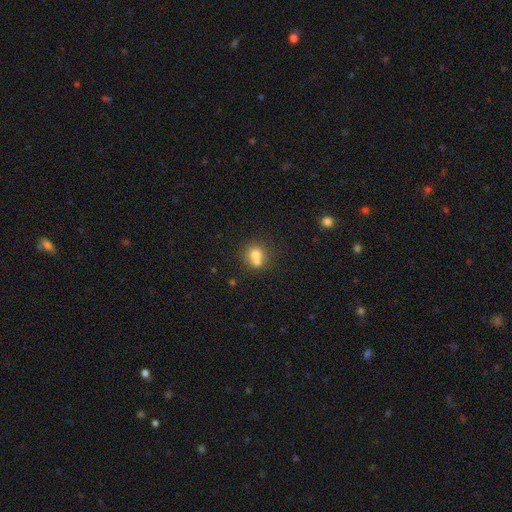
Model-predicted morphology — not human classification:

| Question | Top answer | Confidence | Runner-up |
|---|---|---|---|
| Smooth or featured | smooth | 71% | featured or disk (17%) |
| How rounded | round | 78% | in between (21%) |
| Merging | merger | 49% | none (38%) |